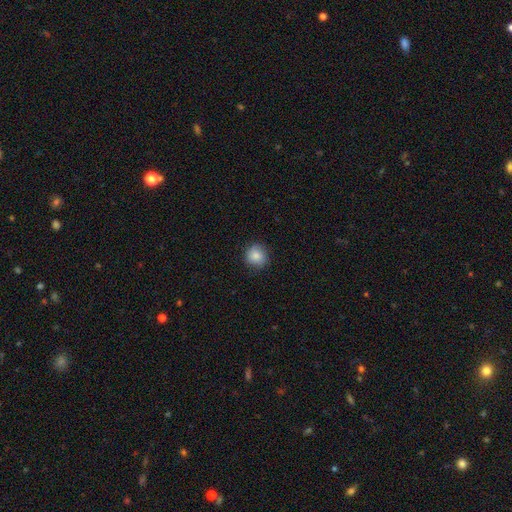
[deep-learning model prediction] Smooth or featured? smooth (85%)
How rounded? round (90%)
Merging? none (85%)